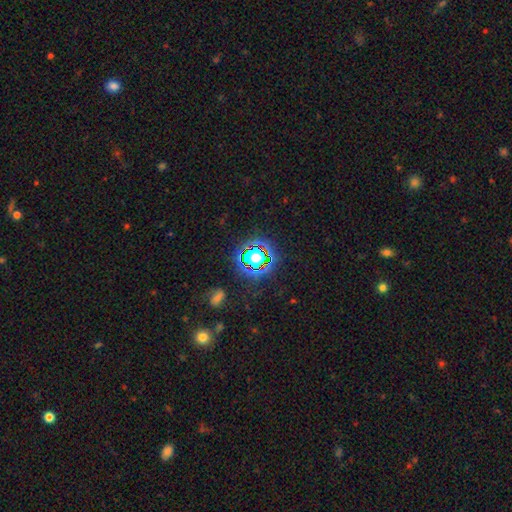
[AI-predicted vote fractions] star or artifact 69%, smooth 20%, featured or disk 11%.